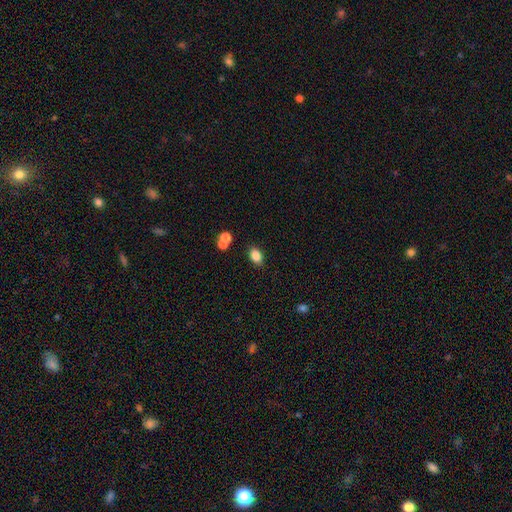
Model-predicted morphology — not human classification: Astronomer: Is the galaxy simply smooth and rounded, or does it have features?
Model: smooth — 84%.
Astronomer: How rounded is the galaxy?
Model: in between — 83%.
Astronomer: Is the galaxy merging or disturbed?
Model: none — 79%.